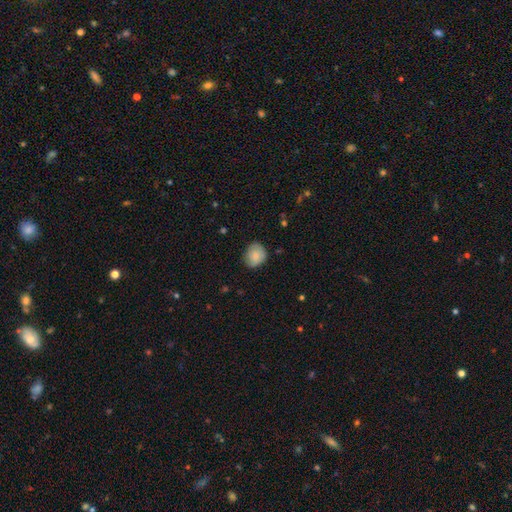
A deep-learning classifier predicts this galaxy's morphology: A smooth galaxy with no disk features (81%) that is round (63%). Merging: none (72%).